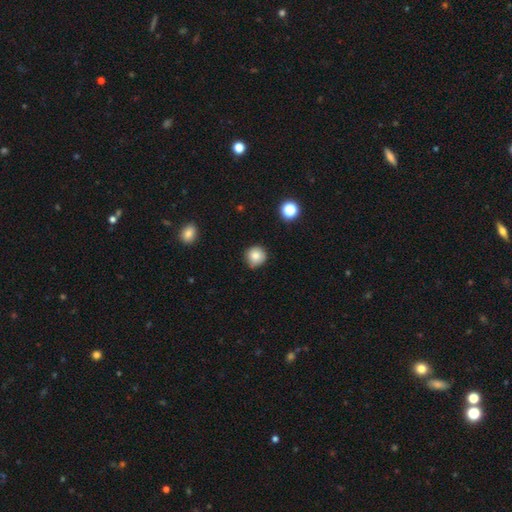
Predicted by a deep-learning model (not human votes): A smooth galaxy with no disk features (82%) that is round (93%).

Vote fractions:
- Smooth or featured? smooth: 82% / star or artifact: 11% / featured or disk: 7%
- How rounded? round: 93% / in between: 6% / cigar-shaped: 1%
- Merging? none: 81% / minor disturbance: 15% / major disturbance: 3% / merger: 2%